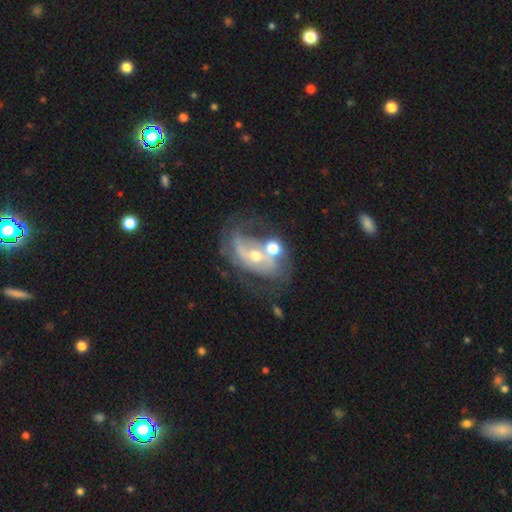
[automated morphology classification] Smooth or featured? featured or disk (78%)
Edge-on disk? no (96%)
Bar? no (48%)
Spiral arms? yes (80%)
Spiral winding? medium (41%)
Spiral arm count? 2 (63%)
Bulge size? moderate (51%)
Merging? none (40%)